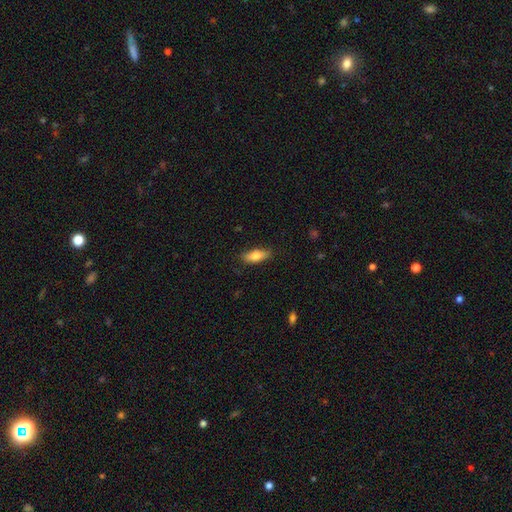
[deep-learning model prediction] smooth-or-featured: smooth: 76% | featured or disk: 18% | star or artifact: 7%
  how-rounded: in between: 68% | cigar-shaped: 29% | round: 3%
  merging: none: 84% | minor disturbance: 13% | major disturbance: 2% | merger: 1%